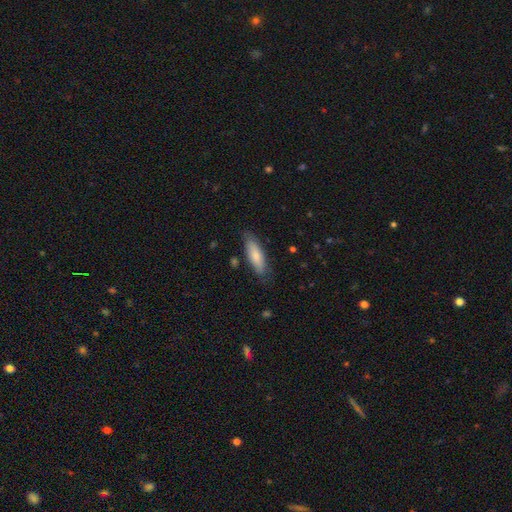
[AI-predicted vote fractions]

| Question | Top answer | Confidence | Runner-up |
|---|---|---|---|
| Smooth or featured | smooth | 77% | featured or disk (18%) |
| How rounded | cigar-shaped | 49% | tied: in between (49%) |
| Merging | none | 80% | minor disturbance (15%) |